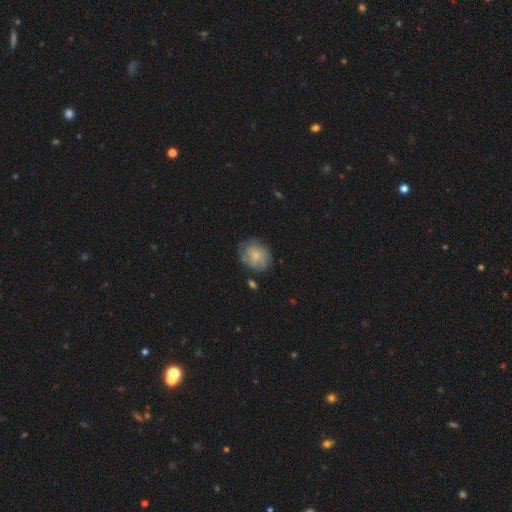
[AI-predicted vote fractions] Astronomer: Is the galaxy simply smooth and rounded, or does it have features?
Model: smooth — 63%.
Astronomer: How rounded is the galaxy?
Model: round — 60% (runner-up: in between, 39%).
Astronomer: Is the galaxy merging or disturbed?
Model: none — 67%.